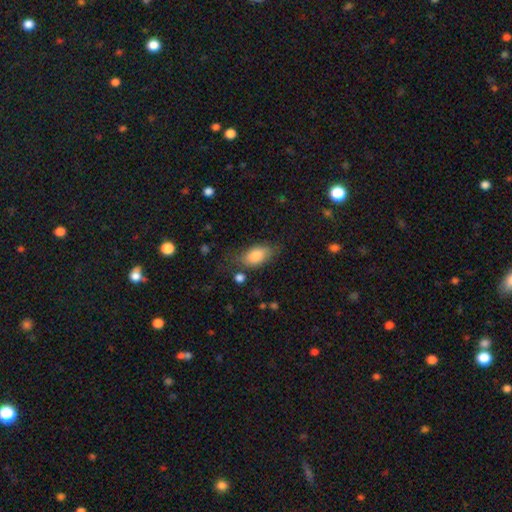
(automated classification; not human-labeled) smooth-or-featured: smooth: 81% | featured or disk: 12% | star or artifact: 7%
  how-rounded: in between: 90% | cigar-shaped: 5% | round: 5%
  merging: none: 66% | minor disturbance: 22% | major disturbance: 8% | merger: 4%